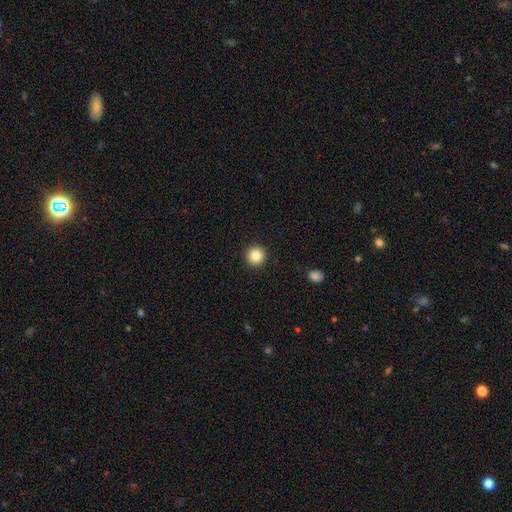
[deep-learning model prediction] The model was most divided on "smooth or featured": smooth: 84%, star or artifact: 10%, featured or disk: 6%. More confident: how rounded — round (96%); merging — none (93%).